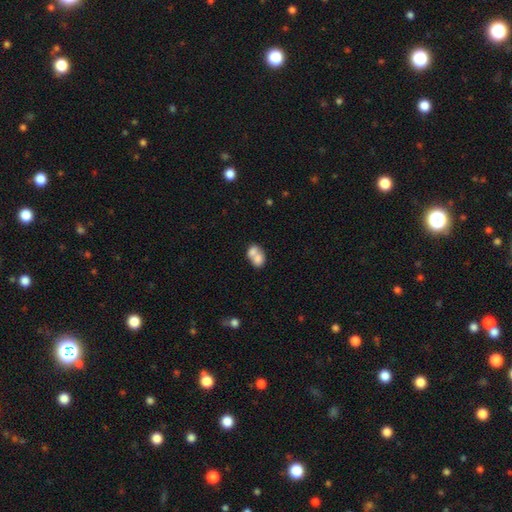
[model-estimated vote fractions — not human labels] This is likely a smooth galaxy (71%). How rounded: likely in between (60%). Merging: likely merger (71%).